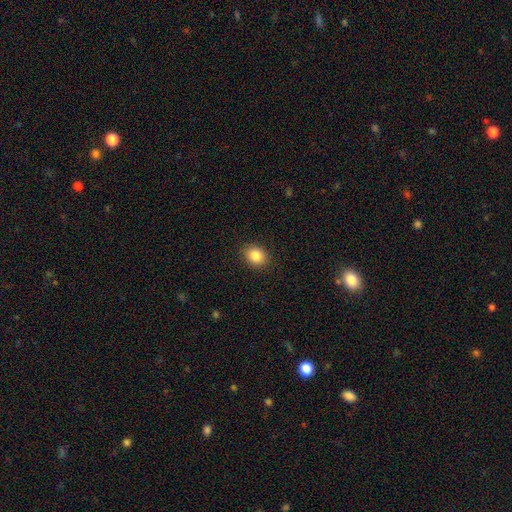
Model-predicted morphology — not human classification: Smooth or featured: smooth — 86% (star or artifact — 9%)
How rounded: round — 51% (in between — 48%)
Merging: none — 90% (minor disturbance — 7%)